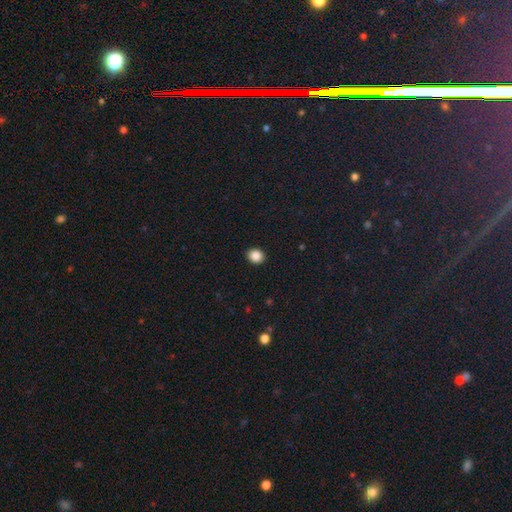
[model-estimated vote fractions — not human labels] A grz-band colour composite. It shows a smooth galaxy with no disk features (88%) that is round (64%). Merging: none (92%).